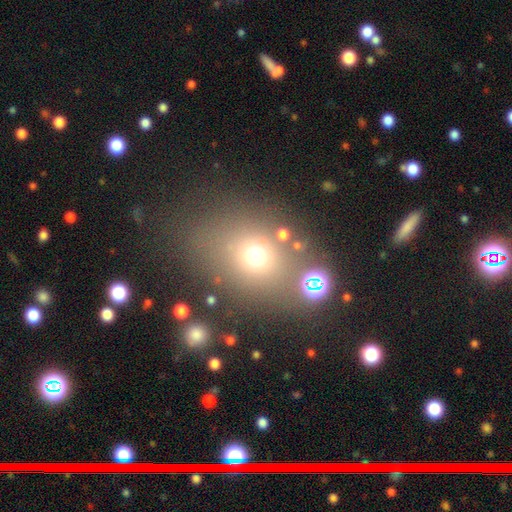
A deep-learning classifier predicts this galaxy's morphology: Smooth or featured: smooth — 64% (star or artifact — 23%)
How rounded: round — 62% (in between — 36%)
Merging: none — 68% (minor disturbance — 13%)